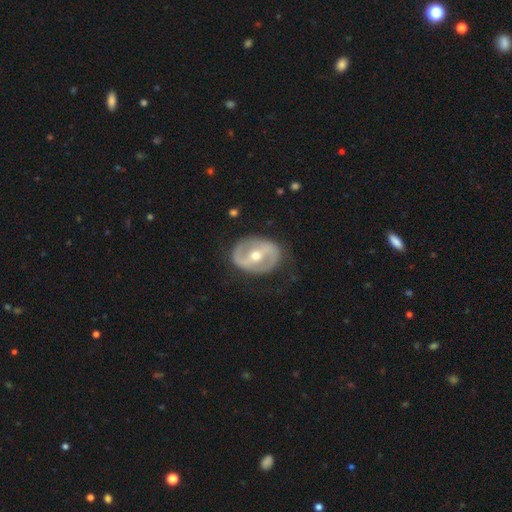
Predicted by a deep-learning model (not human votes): smooth_or_featured: featured or disk (p=0.79) [alt: smooth p=0.16]
disk_edge_on: no (p=0.95) [alt: yes p=0.05]
bar: strong (p=0.52) [alt: weak p=0.30]
has_spiral_arms: yes (p=0.66) [alt: no p=0.34]
bulge_size: moderate (p=0.62) [alt: small p=0.34]
merging: none (p=0.81) [alt: minor disturbance p=0.13]